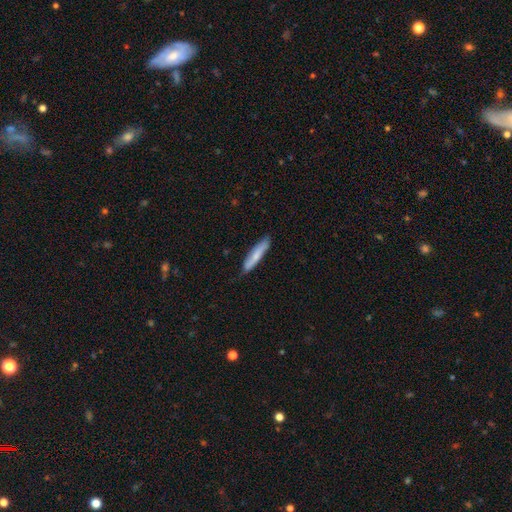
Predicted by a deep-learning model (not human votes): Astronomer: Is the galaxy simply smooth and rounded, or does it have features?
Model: smooth — 68%.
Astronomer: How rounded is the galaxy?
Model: cigar-shaped — 86%.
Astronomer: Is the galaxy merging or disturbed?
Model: none — 80%.